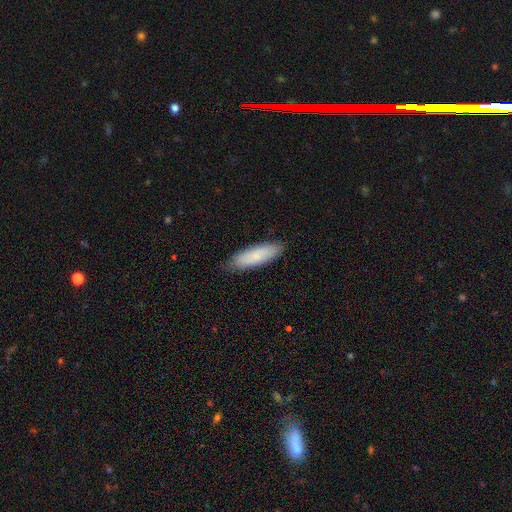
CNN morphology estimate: smooth 81%, featured or disk 13%, star or artifact 6%. Down the decision tree: how rounded — in between (50%); merging — none (85%).